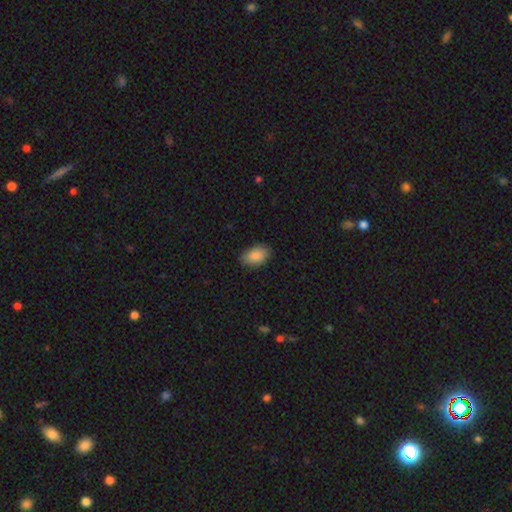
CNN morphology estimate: smooth 88%, star or artifact 7%, featured or disk 6%. Down the decision tree: how rounded — in between (92%); merging — none (83%).